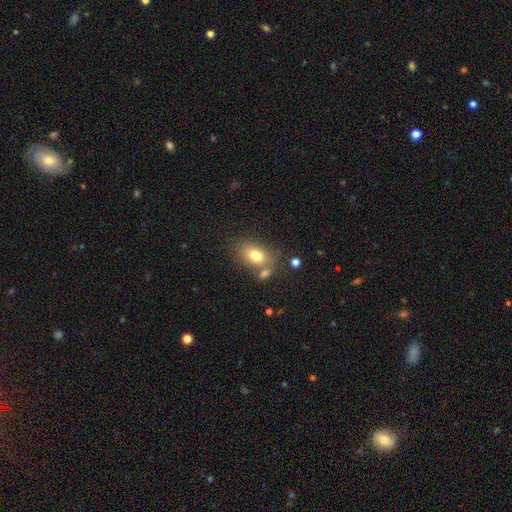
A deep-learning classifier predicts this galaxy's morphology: Q: Smooth or featured?
A: smooth (78%); runner-up: featured or disk (13%)
Q: How rounded?
A: in between (83%); runner-up: round (15%)
Q: Merging?
A: none (58%); runner-up: merger (22%)